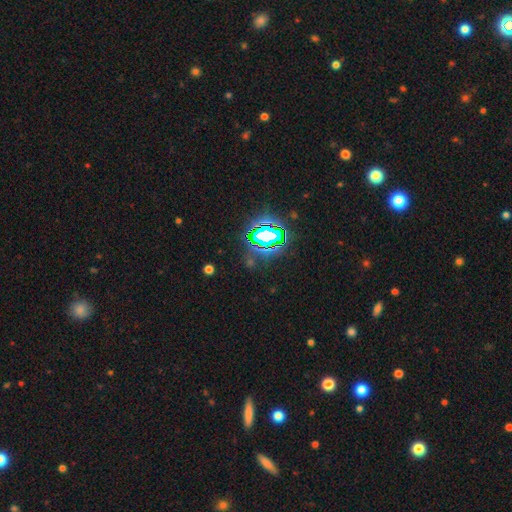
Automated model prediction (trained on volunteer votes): star or artifact 77%, smooth 15%, featured or disk 8%.